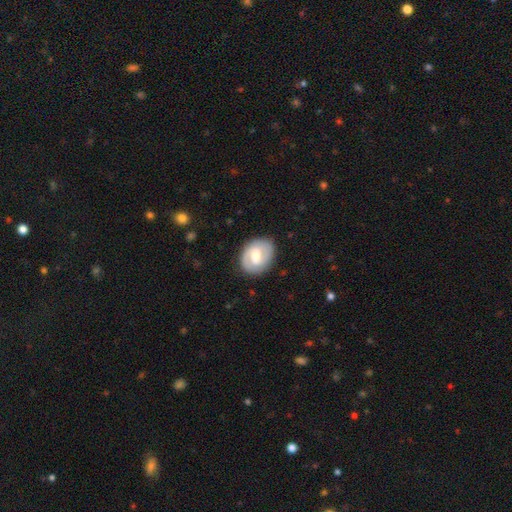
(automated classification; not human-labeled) Smooth or featured?
  - featured or disk: 66% *
  - smooth: 29%
  - star or artifact: 5%
Edge-on disk?
  - no: 97% *
  - yes: 3%
Bar?
  - weak: 57% *
  - strong: 22%
  - no: 21%
Spiral arms?
  - yes: 80% *
  - no: 20%
Spiral winding?
  - medium: 42% * (tied)
  - tight: 42% * (tied)
  - loose: 16%
Spiral arm count?
  - 2: 77% *
  - can't tell: 11%
  - 1: 8%
  - 3: 2%
  - 4: 1%
  - more than 4: 1%
Bulge size?
  - moderate: 61% *
  - small: 22%
  - large: 12%
  - none: 3%
  - dominant: 1%
Merging?
  - none: 82% *
  - minor disturbance: 13%
  - major disturbance: 4%
  - merger: 1%